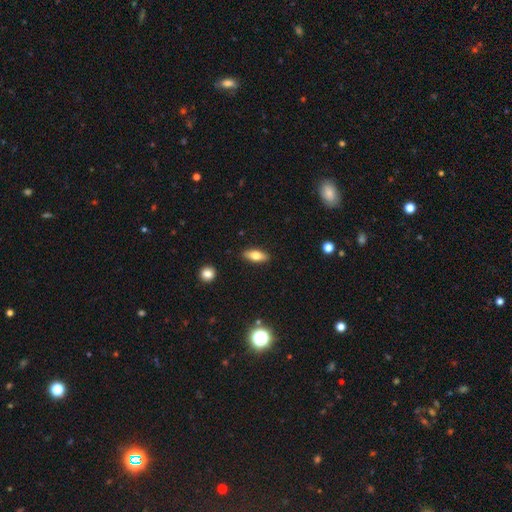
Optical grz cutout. It shows a smooth galaxy with no disk features (59%) that is in between round and cigar-shaped (96%). Merging: none (95%).